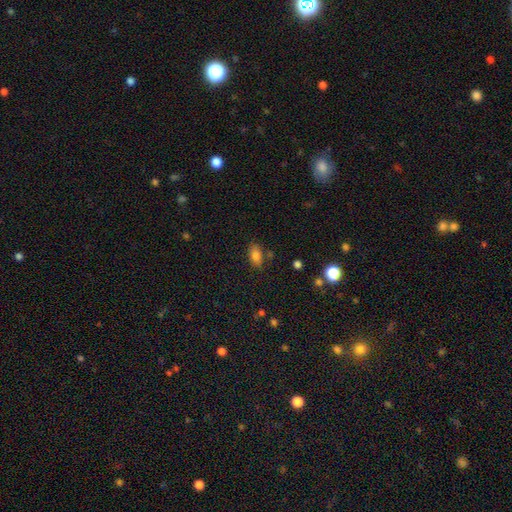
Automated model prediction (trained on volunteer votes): Smooth or featured? smooth (80%)
How rounded? in between (88%)
Merging? none (76%)